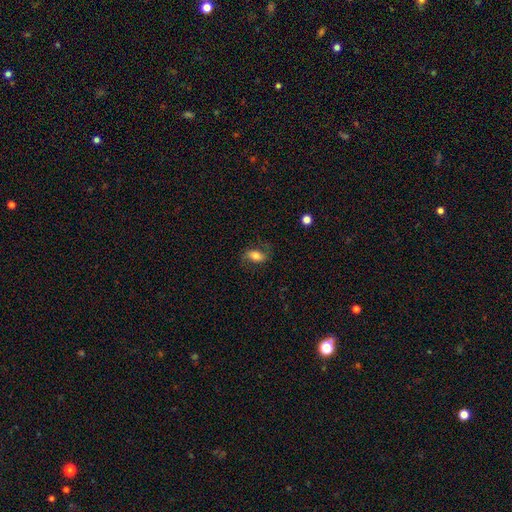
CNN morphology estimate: The model was most divided on "smooth or featured": smooth: 59%, featured or disk: 32%, star or artifact: 9%. More confident: how rounded — in between (86%); merging — none (70%).